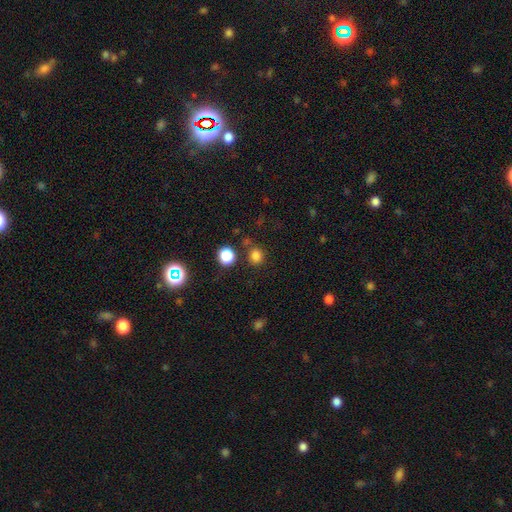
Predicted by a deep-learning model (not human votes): Smooth or featured? smooth (79%)
How rounded? round (82%)
Merging? none (78%)